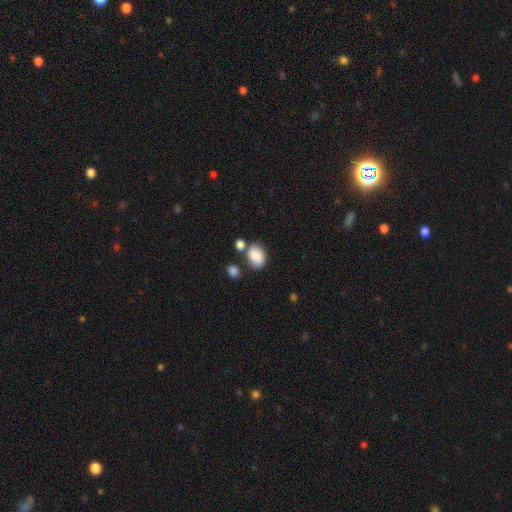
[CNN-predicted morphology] A smooth galaxy with no disk features (82%) that is in between round and cigar-shaped (79%). Merging: none (54%).